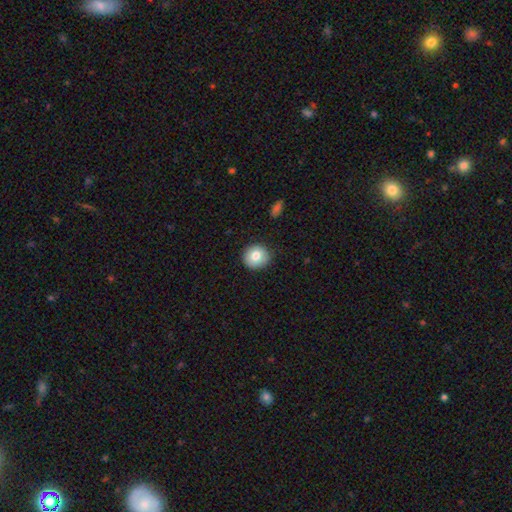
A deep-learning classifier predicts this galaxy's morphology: Smooth or featured? smooth (78%)
How rounded? round (91%)
Merging? none (89%)